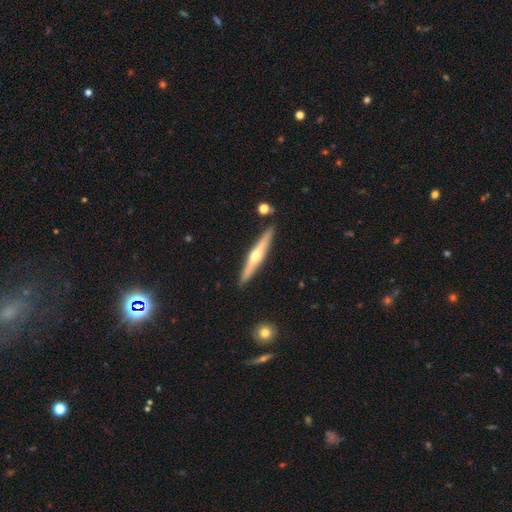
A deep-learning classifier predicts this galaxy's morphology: A featured or disk galaxy (66%) viewed edge-on (97%) with a rounded central bulge (91%). Merging: none (90%).